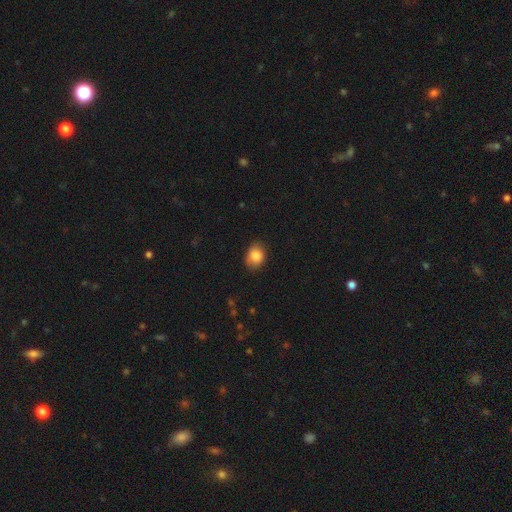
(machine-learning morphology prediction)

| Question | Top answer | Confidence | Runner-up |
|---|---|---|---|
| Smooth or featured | smooth | 85% | star or artifact (8%) |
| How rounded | in between | 68% | round (31%) |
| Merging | none | 79% | minor disturbance (17%) |